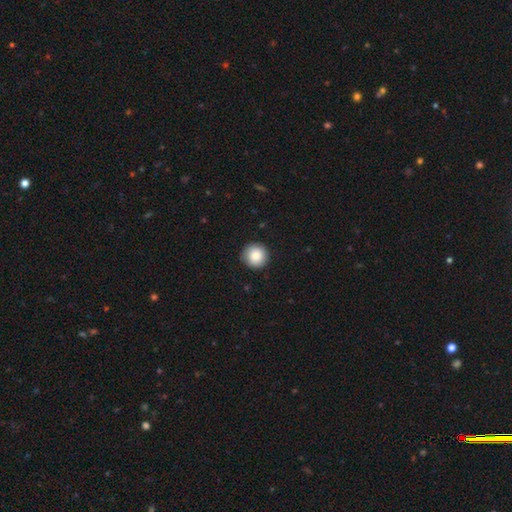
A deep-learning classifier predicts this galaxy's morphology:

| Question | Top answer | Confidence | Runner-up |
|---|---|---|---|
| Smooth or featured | smooth | 86% | star or artifact (8%) |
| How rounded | round | 96% | in between (3%) |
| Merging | none | 90% | minor disturbance (7%) |